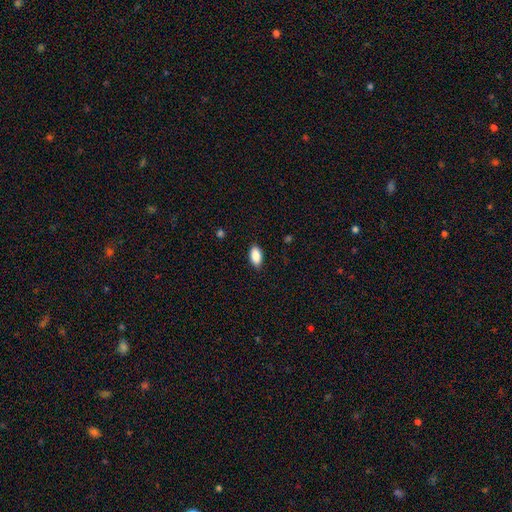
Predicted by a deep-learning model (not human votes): Smooth or featured?
  - smooth: 89% *
  - star or artifact: 7%
  - featured or disk: 5%
How rounded?
  - in between: 93% *
  - cigar-shaped: 4%
  - round: 3%
Merging?
  - none: 87% *
  - minor disturbance: 10%
  - major disturbance: 2%
  - merger: 1%